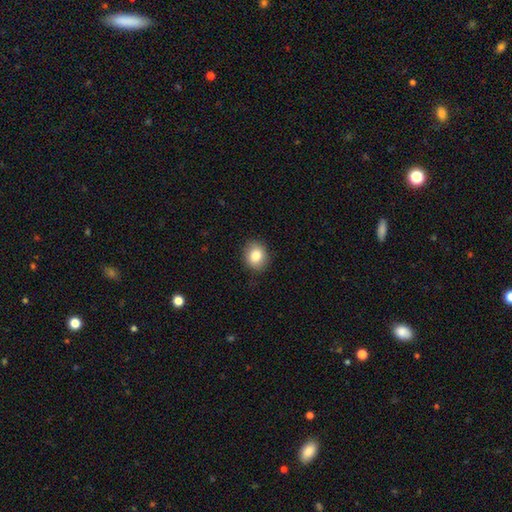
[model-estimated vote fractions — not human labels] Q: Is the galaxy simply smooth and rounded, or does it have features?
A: smooth — 83%.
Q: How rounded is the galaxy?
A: round — 68%.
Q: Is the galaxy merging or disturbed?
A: none — 88%.